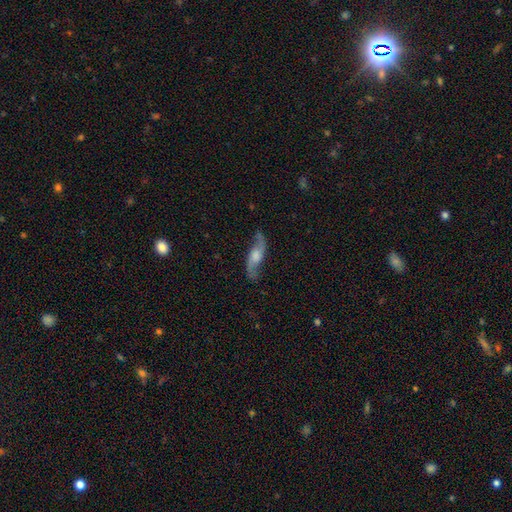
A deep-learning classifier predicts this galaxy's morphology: smooth_or_featured: featured or disk (p=0.79) [alt: smooth p=0.15]
disk_edge_on: no (p=0.81) [alt: yes p=0.19]
bar: no (p=0.58) [alt: weak p=0.34]
has_spiral_arms: yes (p=0.94) [alt: no p=0.06]
spiral_winding: loose (p=0.75) [alt: medium p=0.20]
spiral_arm_count: 2 (p=0.93) [alt: can't tell p=0.03]
bulge_size: moderate (p=0.36) [alt: large p=0.28]
merging: none (p=0.78) [alt: minor disturbance p=0.14]